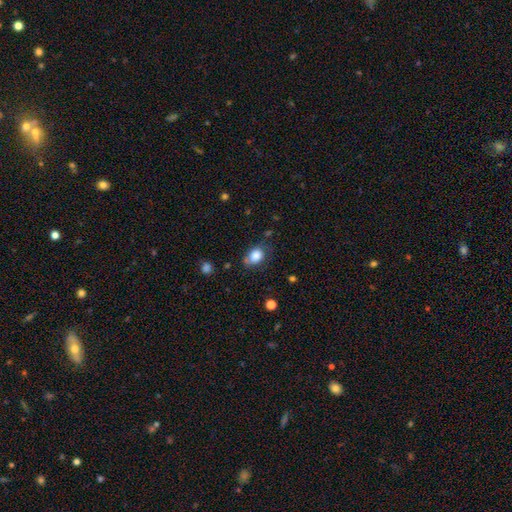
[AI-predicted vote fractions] A smooth galaxy with no disk features (82%) that is in between round and cigar-shaped (67%). Merging: none (58%).